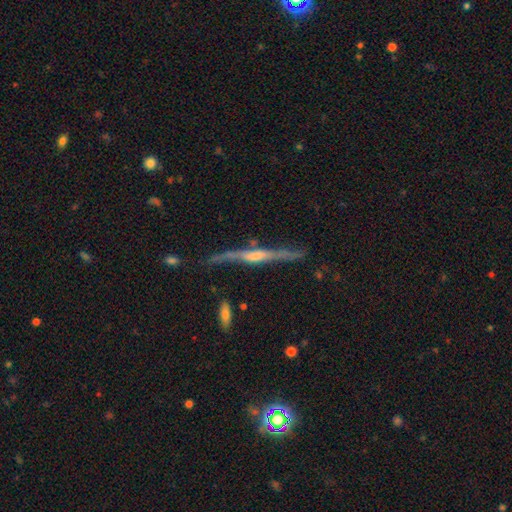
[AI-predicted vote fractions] Q: Smooth or featured?
A: featured or disk (76%); runner-up: smooth (18%)
Q: Edge-on disk?
A: yes (94%); runner-up: no (6%)
Q: Edge-on bulge?
A: rounded (56%); runner-up: boxy (23%)
Q: Merging?
A: none (69%); runner-up: minor disturbance (21%)